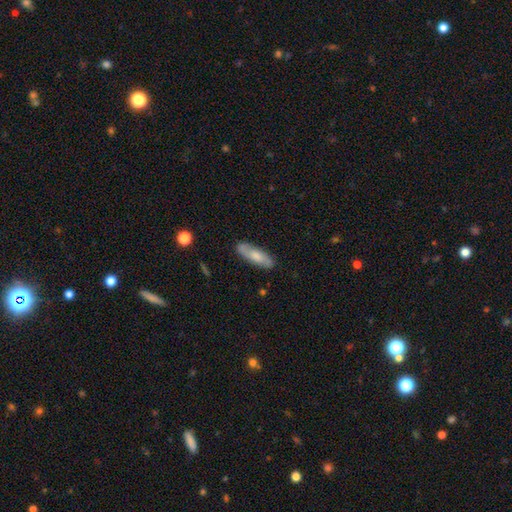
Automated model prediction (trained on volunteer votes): Smooth or featured?
  - smooth: 56% *
  - featured or disk: 38%
  - star or artifact: 6%
How rounded?
  - in between: 52% *
  - cigar-shaped: 46%
  - round: 2%
Merging?
  - none: 83% *
  - minor disturbance: 13%
  - major disturbance: 3%
  - merger: 2%